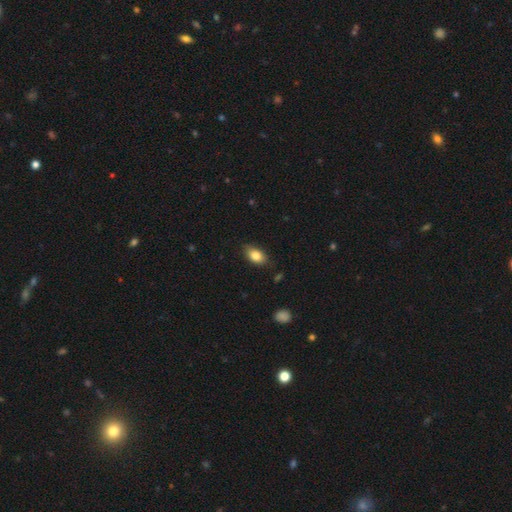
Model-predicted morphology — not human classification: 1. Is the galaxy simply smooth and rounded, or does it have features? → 83% smooth, 9% featured or disk, 8% star or artifact.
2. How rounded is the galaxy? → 88% in between, 9% round, 3% cigar-shaped.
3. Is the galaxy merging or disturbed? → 82% none, 15% minor disturbance, 3% major disturbance, 1% merger.